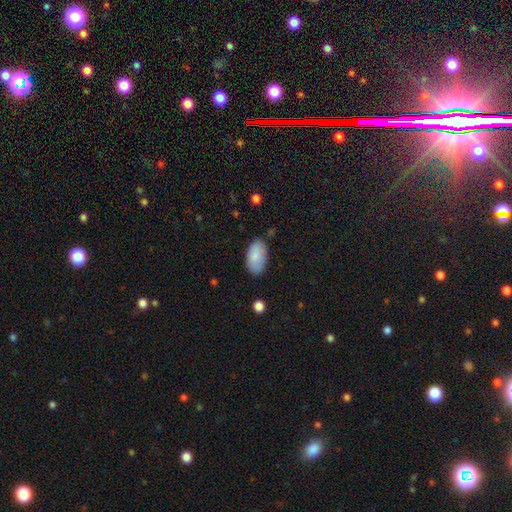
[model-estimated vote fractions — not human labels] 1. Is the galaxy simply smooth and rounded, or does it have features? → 86% smooth, 8% featured or disk, 6% star or artifact.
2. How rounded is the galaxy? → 95% in between, 3% round, 2% cigar-shaped.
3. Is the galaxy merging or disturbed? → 78% none, 17% minor disturbance, 3% major disturbance, 2% merger.